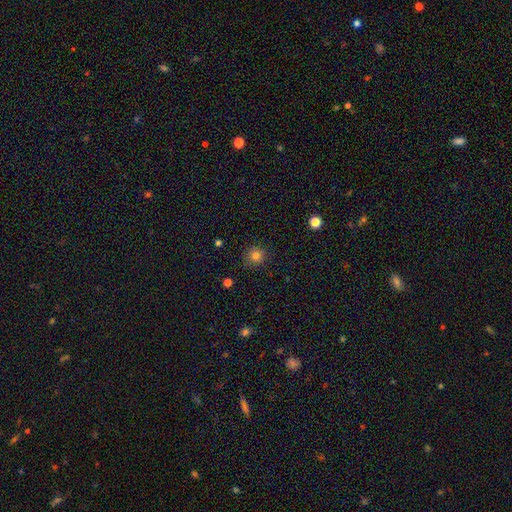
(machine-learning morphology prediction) Overall: smooth (81%). How rounded: round (92%). Merging: none (87%).